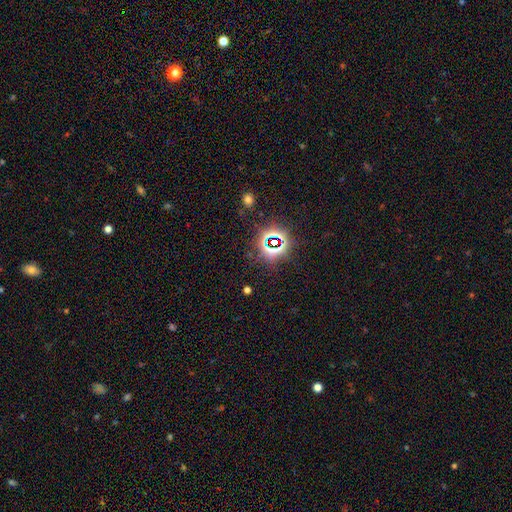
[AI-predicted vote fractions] star or artifact 79%, smooth 13%, featured or disk 8%.